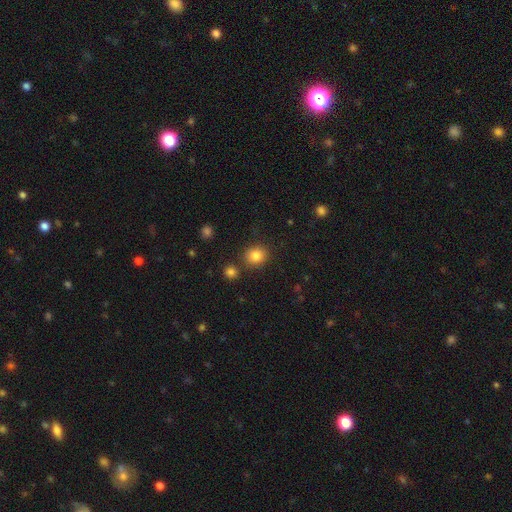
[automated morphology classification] Overall: smooth (84%). How rounded: round (80%). Merging: none (83%).